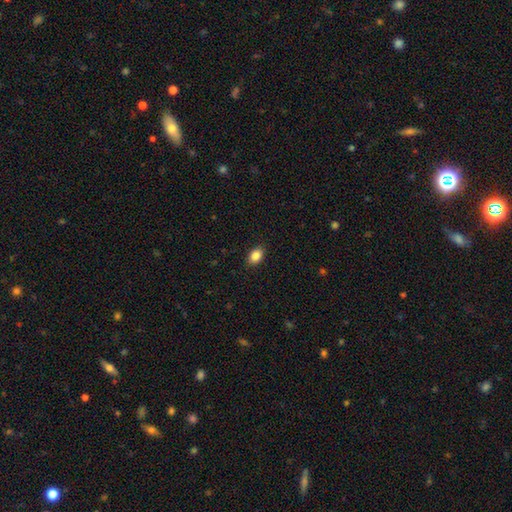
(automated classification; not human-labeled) Morphology: type=smooth (87%); roundness=in between (84%); merging=none (89%).